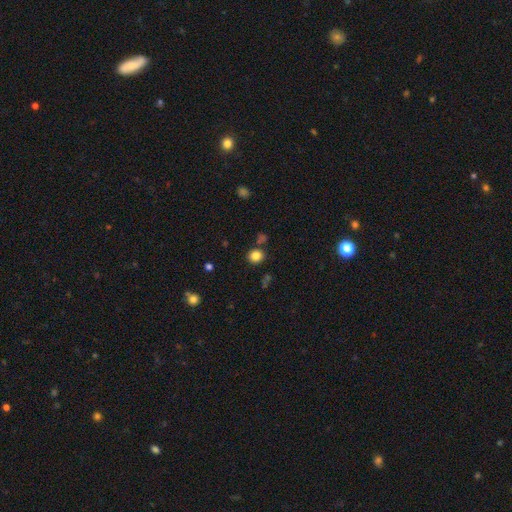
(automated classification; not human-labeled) The model was most divided on "how rounded": round: 82%, in between: 18%, cigar-shaped: 1%. More confident: smooth or featured — smooth (83%); merging — none (81%).